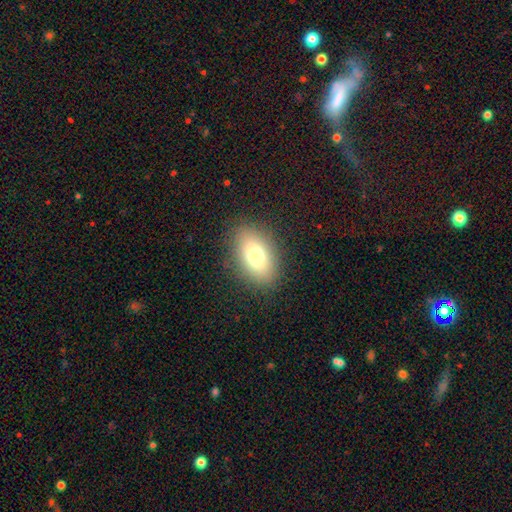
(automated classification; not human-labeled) smooth-or-featured: smooth: 74% | featured or disk: 15% | star or artifact: 11%
  how-rounded: in between: 85% | round: 13% | cigar-shaped: 2%
  merging: none: 86% | minor disturbance: 9% | major disturbance: 4% | merger: 1%